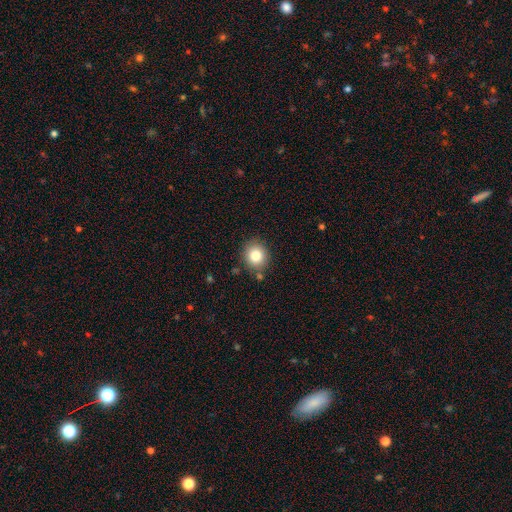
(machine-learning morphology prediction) A smooth galaxy with no disk features (82%) that is round (80%). Merging: none (84%).